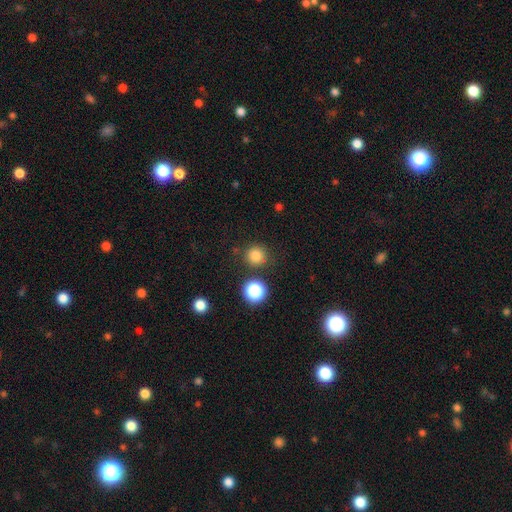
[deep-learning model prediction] smooth 79%, star or artifact 16%, featured or disk 5%. Down the decision tree: how rounded — round (94%); merging — none (82%).